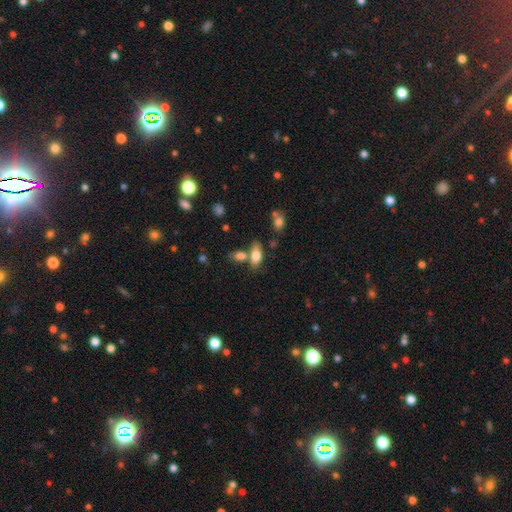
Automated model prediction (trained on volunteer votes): smooth-or-featured: smooth: 77% | featured or disk: 15% | star or artifact: 8%
  how-rounded: in between: 84% | cigar-shaped: 11% | round: 5%
  merging: none: 53% | merger: 29% | minor disturbance: 13% | major disturbance: 5%